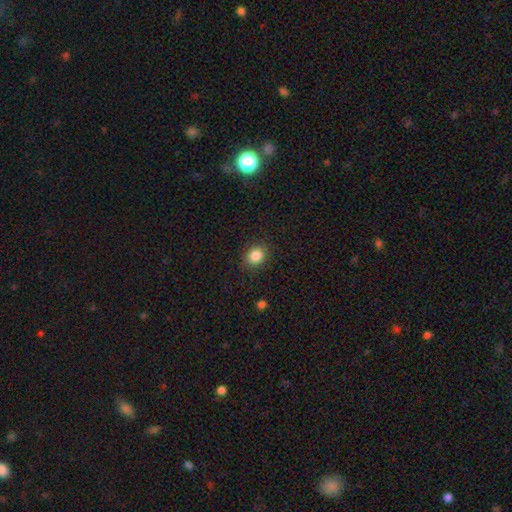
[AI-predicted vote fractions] Smooth or featured? Predicted: smooth (p=0.85). How rounded? Predicted: round (p=0.65). Merging? Predicted: none (p=0.87).